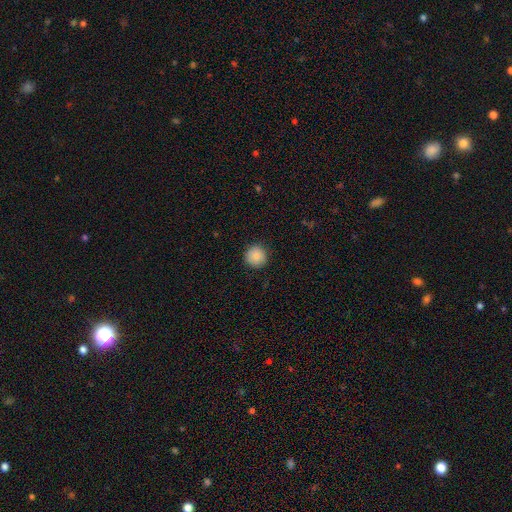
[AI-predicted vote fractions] Q: Smooth or featured?
A: smooth (88%); runner-up: star or artifact (8%)
Q: How rounded?
A: round (95%); runner-up: in between (4%)
Q: Merging?
A: none (91%); runner-up: minor disturbance (6%)